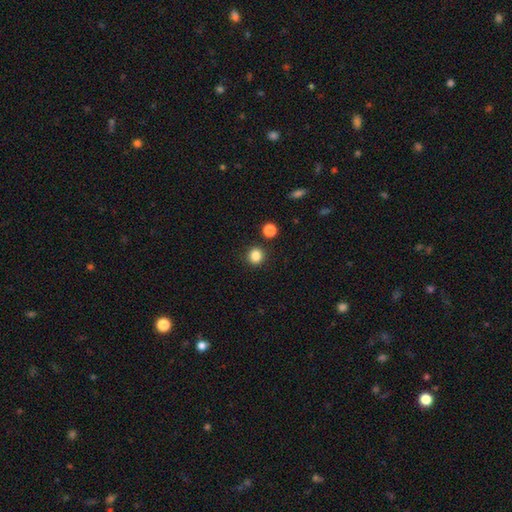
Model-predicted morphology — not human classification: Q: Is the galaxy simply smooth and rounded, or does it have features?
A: smooth — 85%.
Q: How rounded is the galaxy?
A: round — 92%.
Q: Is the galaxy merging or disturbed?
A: none — 89%.